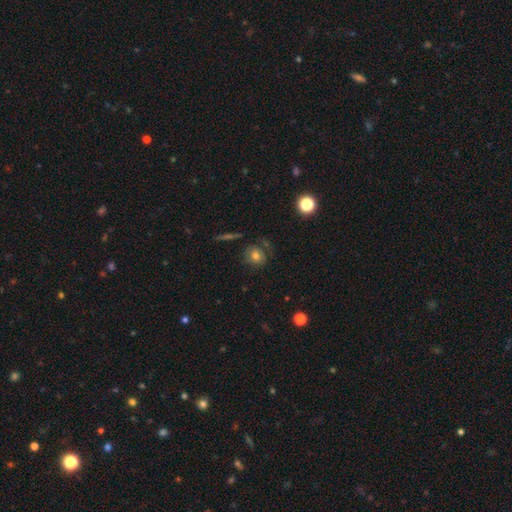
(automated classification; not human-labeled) smooth-or-featured: smooth: 69% | featured or disk: 18% | star or artifact: 13%
  how-rounded: round: 82% | in between: 17% | cigar-shaped: 1%
  merging: none: 72% | minor disturbance: 16% | major disturbance: 6% | merger: 5%